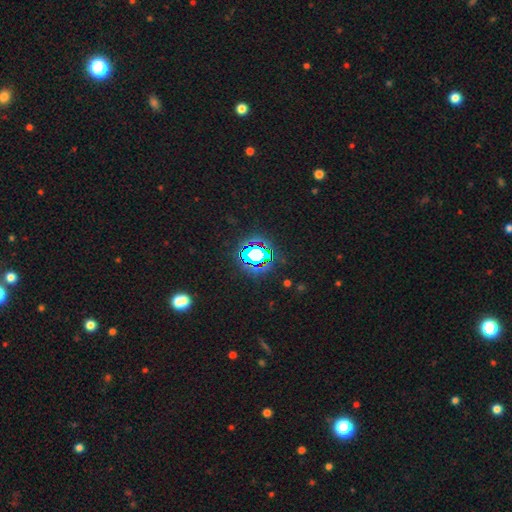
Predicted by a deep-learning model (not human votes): smooth-or-featured: star or artifact: 71% | smooth: 18% | featured or disk: 11%